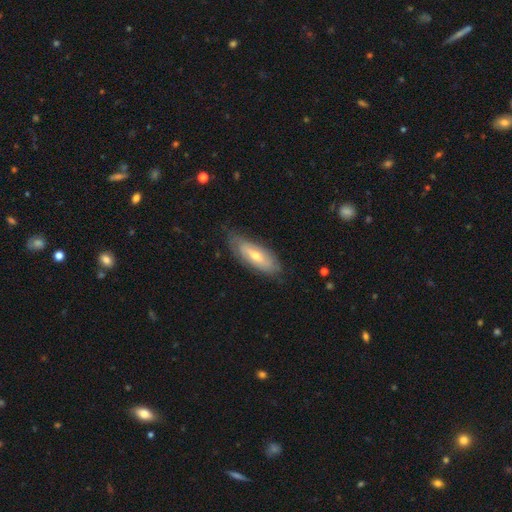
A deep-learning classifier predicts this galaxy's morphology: smooth_or_featured: featured or disk (p=0.50) [alt: smooth p=0.44]
disk_edge_on: no (p=0.74) [alt: yes p=0.26]
merging: none (p=0.73) [alt: minor disturbance p=0.21]